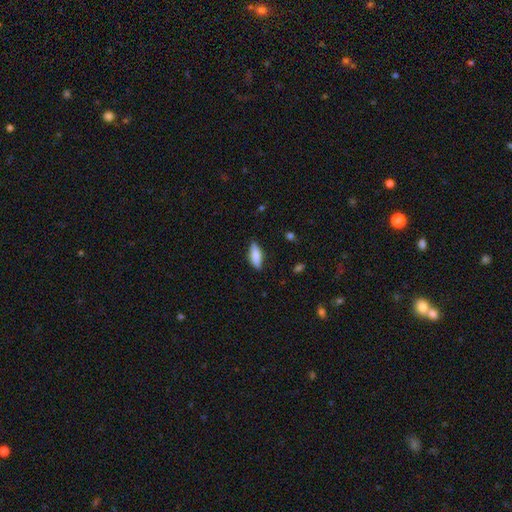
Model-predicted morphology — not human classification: This appears to be a smooth galaxy with no disk features (83%) that is in between round and cigar-shaped (67%). Merging: none (84%).